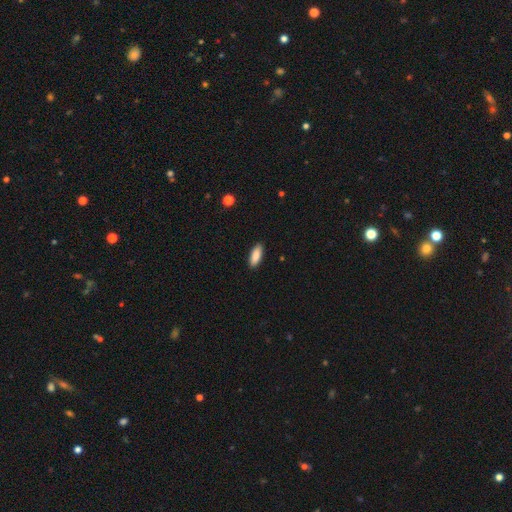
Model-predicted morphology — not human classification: smooth 89%, star or artifact 6%, featured or disk 5%. Down the decision tree: how rounded — in between (72%); merging — none (90%).